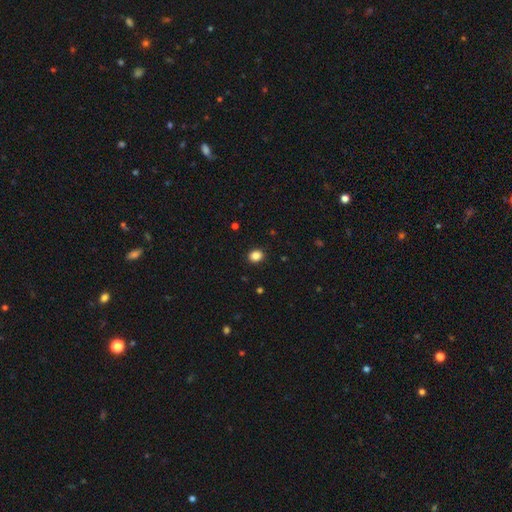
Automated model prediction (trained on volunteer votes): Overall: smooth (86%). How rounded: round (62%; in between 38%). Merging: none (91%).